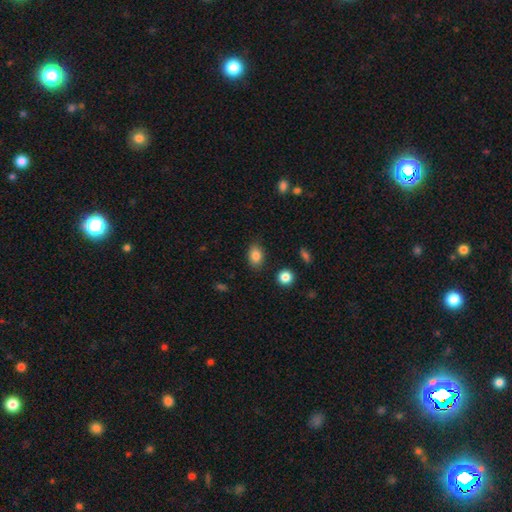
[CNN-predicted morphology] This appears to be a smooth galaxy with no disk features (85%) that is in between round and cigar-shaped (80%). Merging: none (85%).